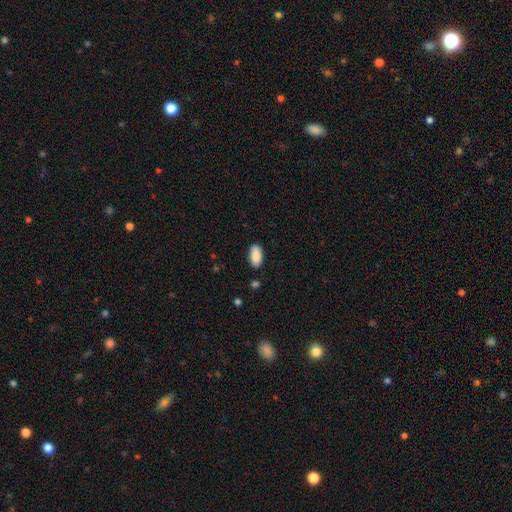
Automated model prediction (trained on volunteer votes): This appears to be a smooth galaxy with no disk features (88%) that is in between round and cigar-shaped (93%). Merging: none (81%).